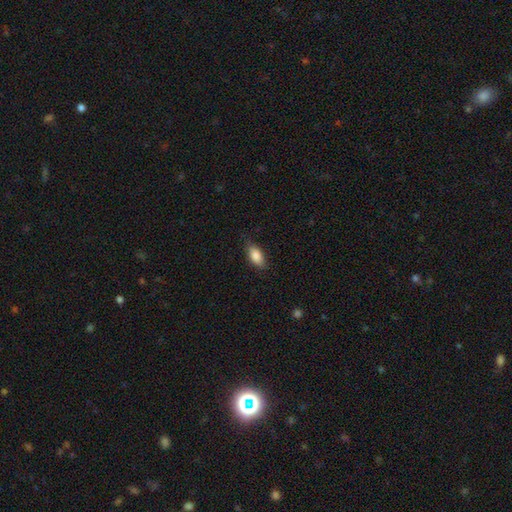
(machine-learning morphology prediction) This appears to be a smooth galaxy with no disk features (86%) that is in between round and cigar-shaped (88%). Merging: none (81%).